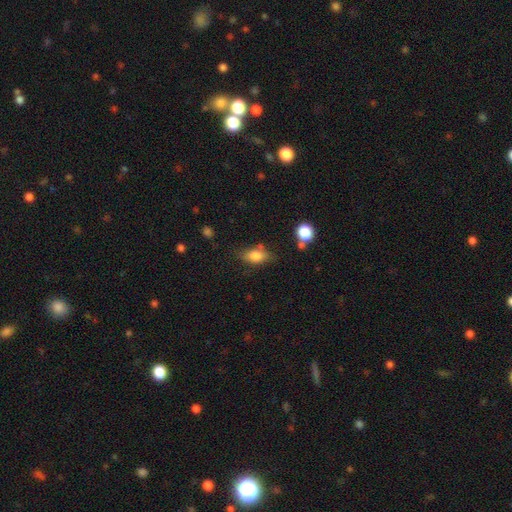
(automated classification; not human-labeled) A smooth galaxy with no disk features (80%) that is in between round and cigar-shaped (84%).

Vote fractions:
- Smooth or featured? smooth: 80% / featured or disk: 11% / star or artifact: 9%
- How rounded? in between: 84% / round: 10% / cigar-shaped: 6%
- Merging? none: 67% / minor disturbance: 20% / merger: 6% / major disturbance: 6%